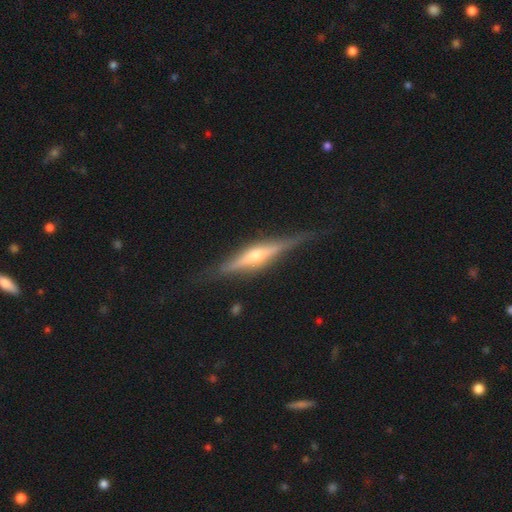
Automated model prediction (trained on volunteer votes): Q: Smooth or featured?
A: featured or disk (77%); runner-up: smooth (17%)
Q: Edge-on disk?
A: yes (97%); runner-up: no (3%)
Q: Edge-on bulge?
A: rounded (86%); runner-up: boxy (8%)
Q: Merging?
A: none (83%); runner-up: minor disturbance (12%)